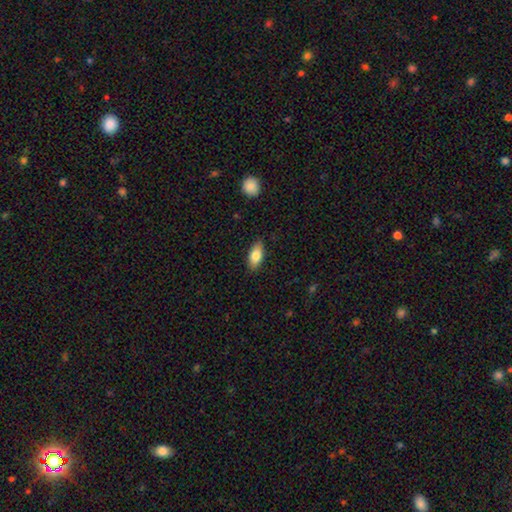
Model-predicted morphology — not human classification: The model was most divided on "smooth or featured": smooth: 79%, featured or disk: 14%, star or artifact: 7%. More confident: how rounded — in between (87%); merging — none (86%).